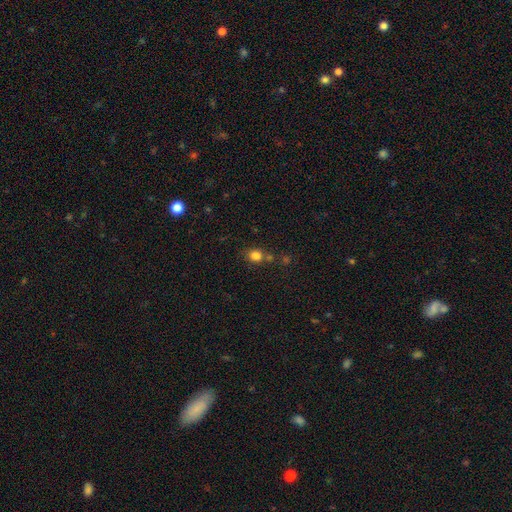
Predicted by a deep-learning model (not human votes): Morphology: type=smooth (80%); roundness=round (66%); merging=none (60%).